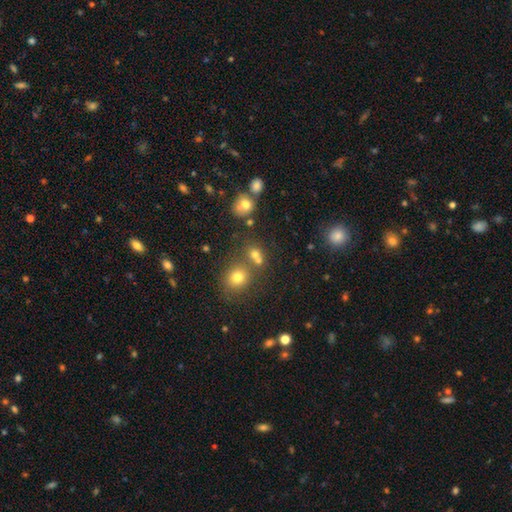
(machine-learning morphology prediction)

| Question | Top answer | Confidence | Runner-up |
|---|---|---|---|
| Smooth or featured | smooth | 69% | star or artifact (21%) |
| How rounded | round | 70% | in between (28%) |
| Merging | none | 54% | merger (31%) |